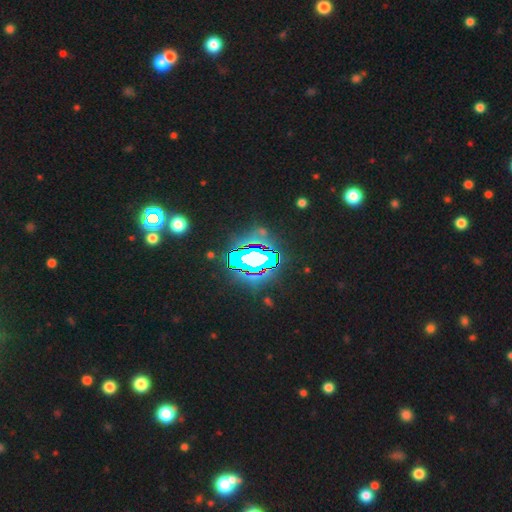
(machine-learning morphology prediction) Smooth or featured?
  - star or artifact: 70% *
  - featured or disk: 16%
  - smooth: 14%